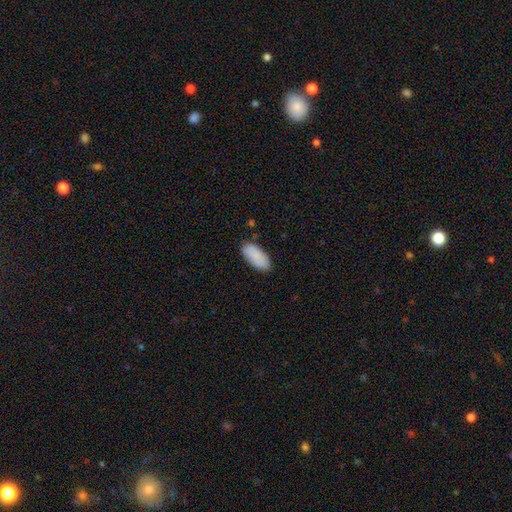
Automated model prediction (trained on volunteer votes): Smooth or featured: smooth — 88% (featured or disk — 6%)
How rounded: in between — 91% (cigar-shaped — 8%)
Merging: none — 84% (minor disturbance — 13%)